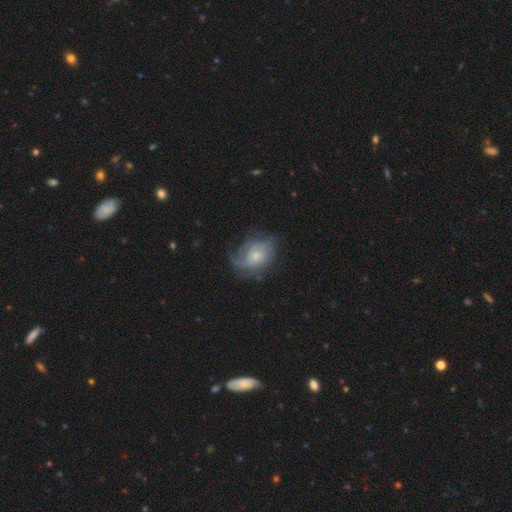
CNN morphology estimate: The model was most divided on "bulge size": small: 52%, moderate: 39%, large: 4%, none: 4%, dominant: 1%. More confident: edge-on disk — no (97%); spiral arms — yes (78%); bar — no (77%); smooth or featured — featured or disk (58%); merging — none (54%).